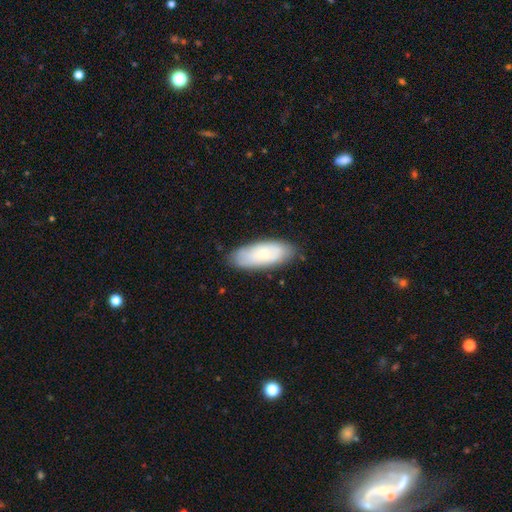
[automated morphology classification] Smooth or featured?
  - smooth: 61% *
  - featured or disk: 33%
  - star or artifact: 6%
How rounded?
  - in between: 80% *
  - cigar-shaped: 17%
  - round: 2%
Merging?
  - none: 80% *
  - minor disturbance: 15%
  - major disturbance: 3%
  - merger: 1%